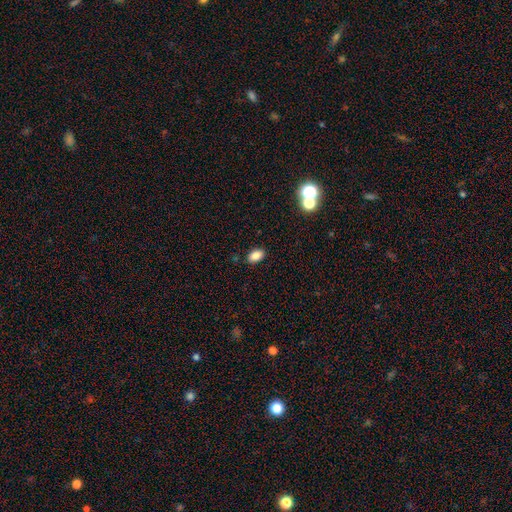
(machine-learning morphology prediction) Smooth or featured? Predicted: smooth (p=0.86). How rounded? Predicted: in between (p=0.91). Merging? Predicted: none (p=0.88).